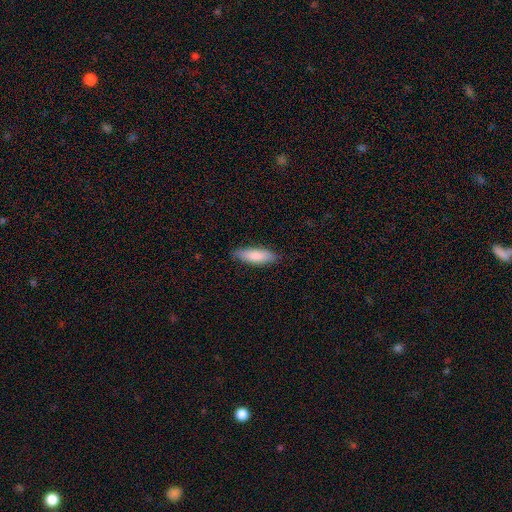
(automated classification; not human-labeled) Smooth or featured?
  - smooth: 84% *
  - featured or disk: 11%
  - star or artifact: 5%
How rounded?
  - in between: 54% *
  - cigar-shaped: 45%
  - round: 2%
Merging?
  - none: 83% *
  - minor disturbance: 13%
  - major disturbance: 2%
  - merger: 1%